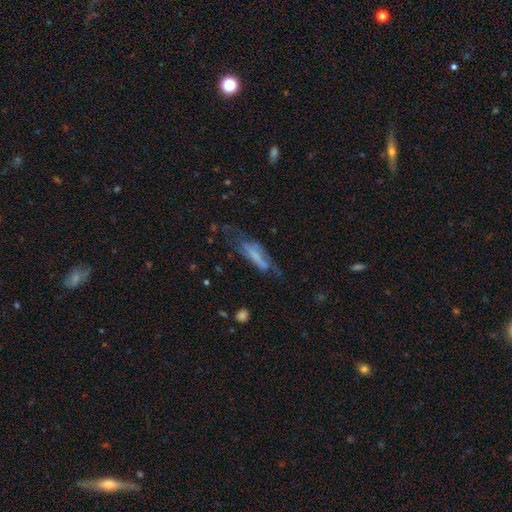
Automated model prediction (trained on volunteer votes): Overall: featured or disk (46%; smooth 43%). Merging: none (37%; major disturbance 33%).